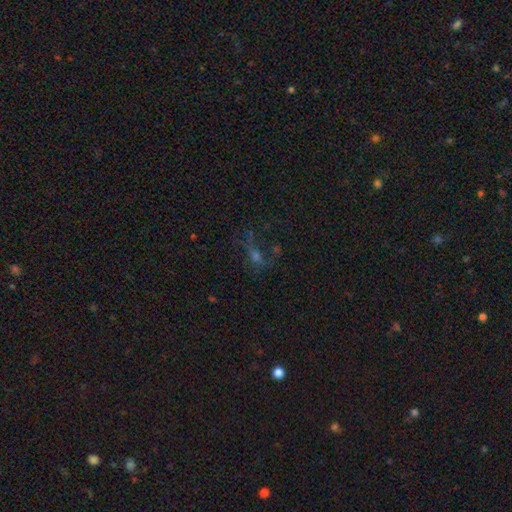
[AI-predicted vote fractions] A star or artifact, not a galaxy (43%).

Vote fractions:
- Smooth or featured? star or artifact: 43% / featured or disk: 30% / smooth: 27%